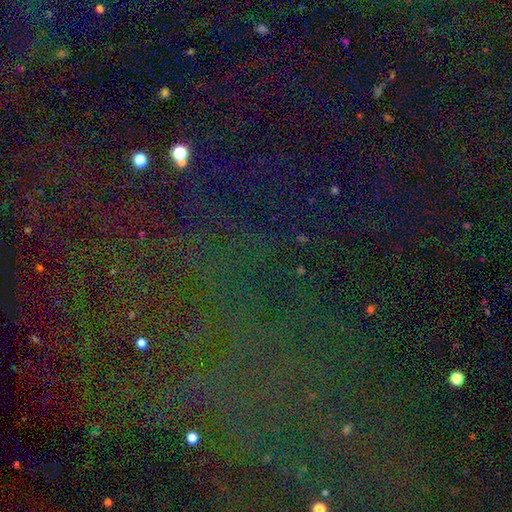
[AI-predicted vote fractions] star or artifact 82%, smooth 10%, featured or disk 7%.